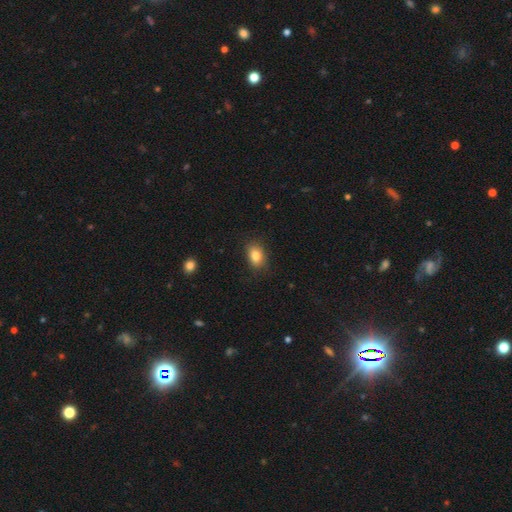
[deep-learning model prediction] A smooth galaxy with no disk features (83%) that is in between round and cigar-shaped (80%).

Vote fractions:
- Smooth or featured? smooth: 83% / star or artifact: 9% / featured or disk: 8%
- How rounded? in between: 80% / round: 19% / cigar-shaped: 2%
- Merging? none: 82% / minor disturbance: 14% / major disturbance: 3% / merger: 1%